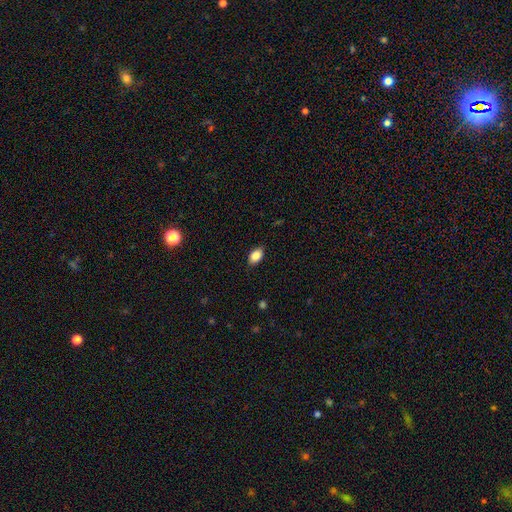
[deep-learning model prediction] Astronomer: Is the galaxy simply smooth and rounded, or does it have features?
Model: smooth — 85%.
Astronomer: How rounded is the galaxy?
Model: in between — 88%.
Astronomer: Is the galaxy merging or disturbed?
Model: none — 86%.